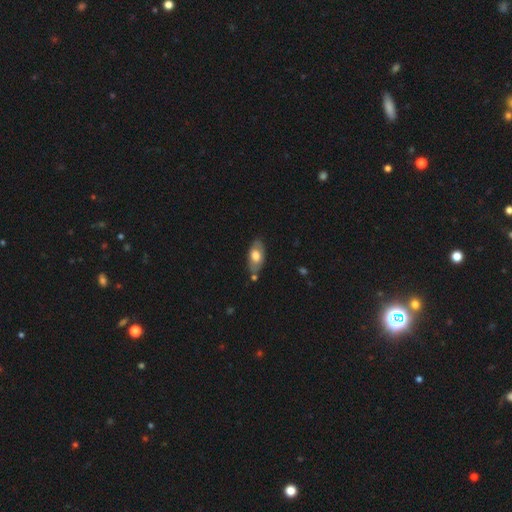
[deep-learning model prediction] This is likely a smooth galaxy (61%). How rounded: clearly in between (91%). Merging: likely none (72%).